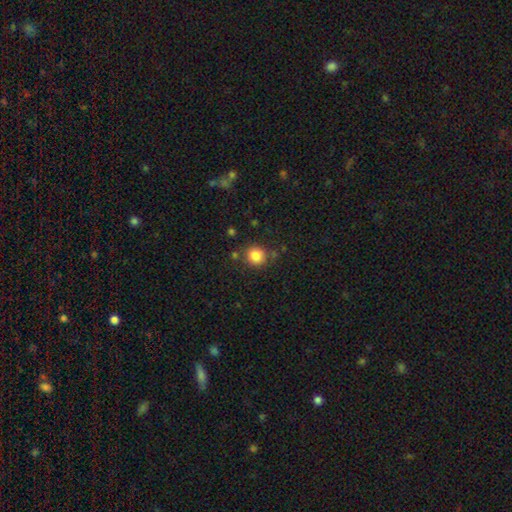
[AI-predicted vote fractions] The model was most divided on "merging": none: 81%, minor disturbance: 11%, merger: 5%, major disturbance: 4%. More confident: how rounded — round (86%); smooth or featured — smooth (84%).